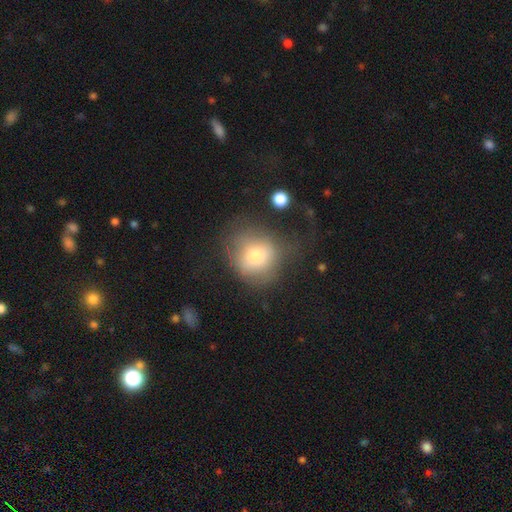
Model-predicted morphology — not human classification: Smooth or featured?
  - smooth: 70% *
  - featured or disk: 19%
  - star or artifact: 11%
How rounded?
  - round: 80% *
  - in between: 19%
  - cigar-shaped: 1%
Merging?
  - none: 46% *
  - major disturbance: 27%
  - minor disturbance: 23%
  - merger: 3%